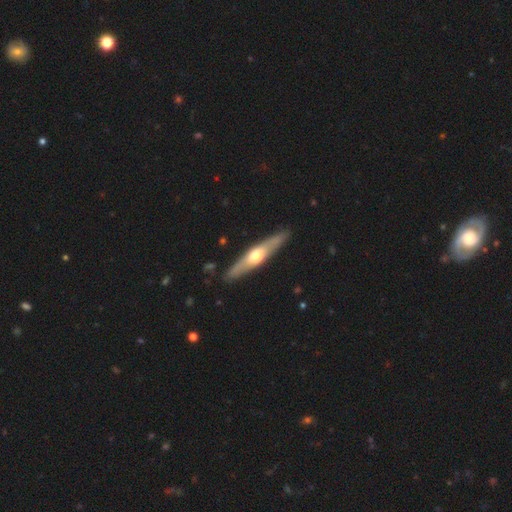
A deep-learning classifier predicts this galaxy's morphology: featured or disk 58%, smooth 37%, star or artifact 5%. Down the decision tree: edge-on disk — yes (90%); edge-on bulge — rounded (90%); merging — none (89%).